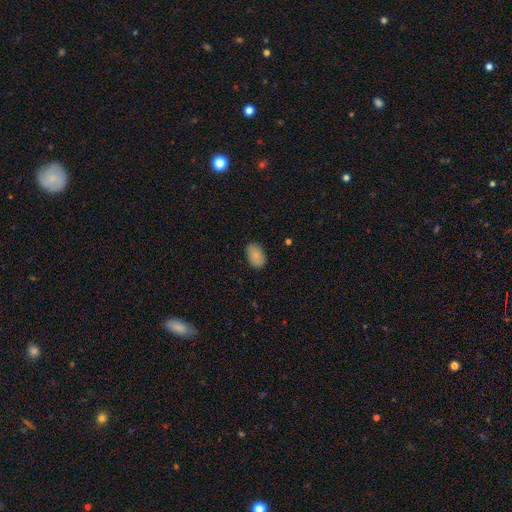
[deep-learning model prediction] Morphology: type=smooth (85%); roundness=in between (91%); merging=none (86%).